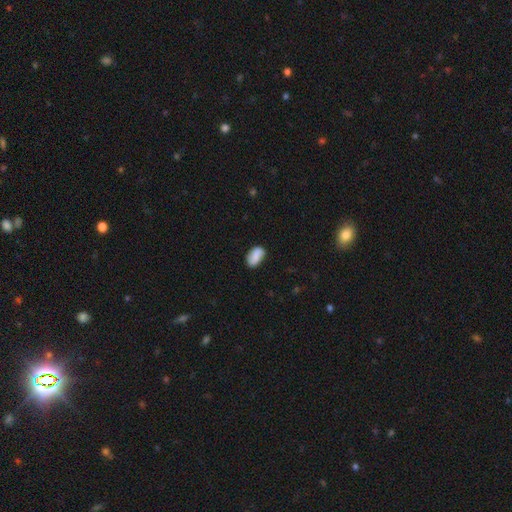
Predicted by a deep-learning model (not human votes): smooth_or_featured: smooth (p=0.71) [alt: featured or disk p=0.22]
how_rounded: in between (p=0.92) [alt: round p=0.06]
merging: none (p=0.81) [alt: minor disturbance p=0.14]